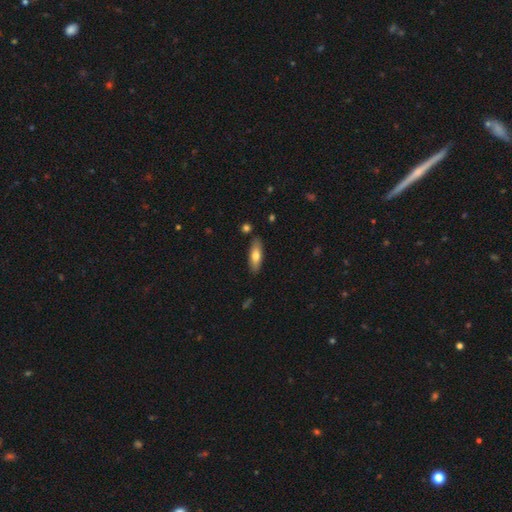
Smooth or featured? 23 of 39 (59%) said smooth. How rounded? 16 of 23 (70%) said cigar-shaped. Merging? 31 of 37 (84%) said none.